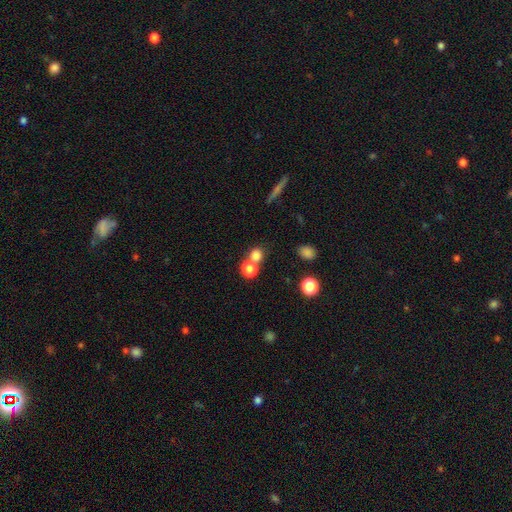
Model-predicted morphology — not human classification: A smooth galaxy with no disk features (78%) that is round (84%). Merging: none (52%).